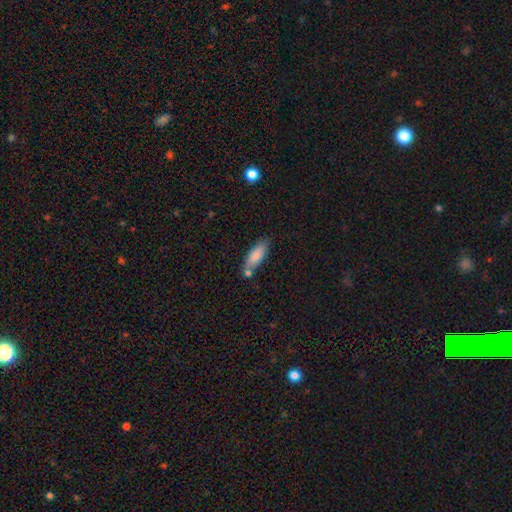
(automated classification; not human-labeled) Q: Smooth or featured?
A: smooth (82%); runner-up: featured or disk (12%)
Q: How rounded?
A: in between (63%); runner-up: cigar-shaped (35%)
Q: Merging?
A: none (61%); runner-up: minor disturbance (18%)